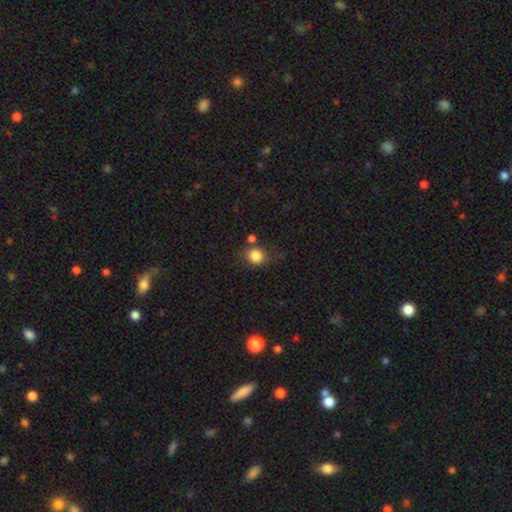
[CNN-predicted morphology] The model was most divided on "merging": none: 65%, minor disturbance: 16%, merger: 12%, major disturbance: 7%. More confident: smooth or featured — smooth (83%); how rounded — round (81%).